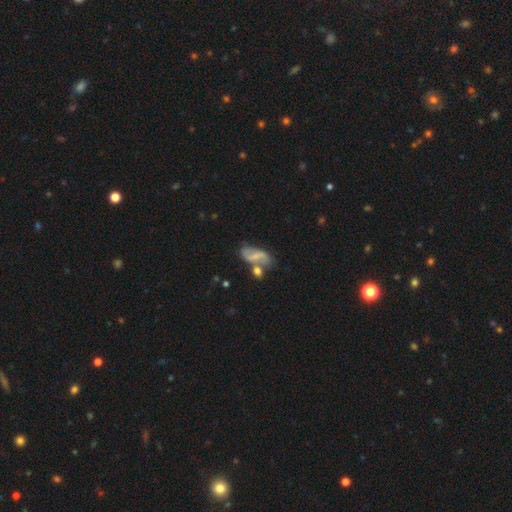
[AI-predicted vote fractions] Overall: featured or disk (63%; smooth 29%). Edge-on disk: no (95%). Bar: weak (44%; no 29%). Spiral arms: yes (83%). Bulge size: small (53%; none 23%). Merging: none (46%; merger 27%).